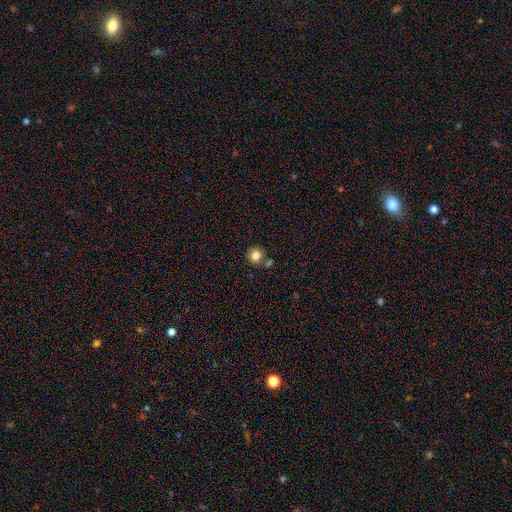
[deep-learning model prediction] smooth_or_featured: smooth (p=0.82) [alt: star or artifact p=0.11]
how_rounded: round (p=0.92) [alt: in between p=0.07]
merging: none (p=0.76) [alt: merger p=0.12]